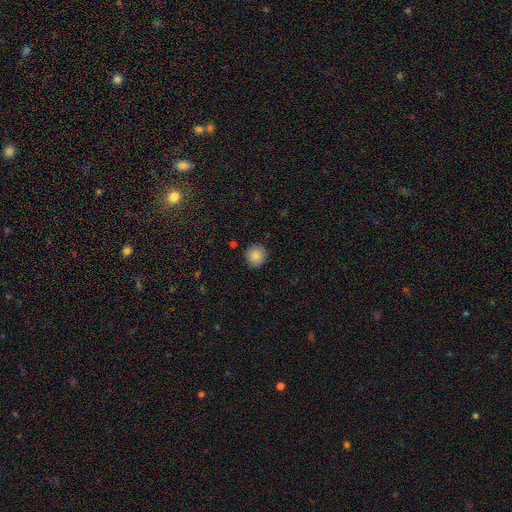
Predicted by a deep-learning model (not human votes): smooth_or_featured: smooth (p=0.88) [alt: star or artifact p=0.09]
how_rounded: round (p=0.93) [alt: in between p=0.06]
merging: none (p=0.90) [alt: minor disturbance p=0.07]